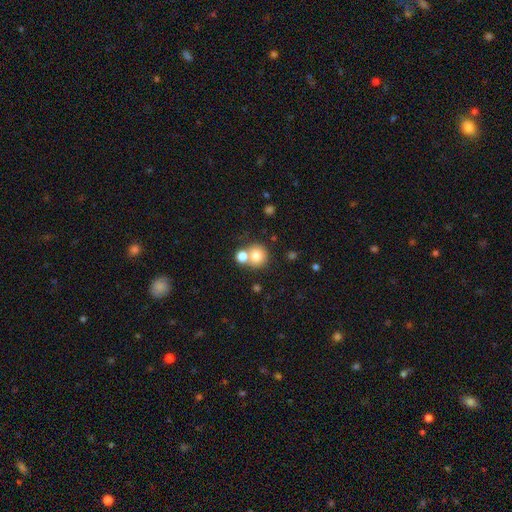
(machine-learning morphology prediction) This appears to be a smooth galaxy with no disk features (77%) that is round (88%). Merging: none (51%).